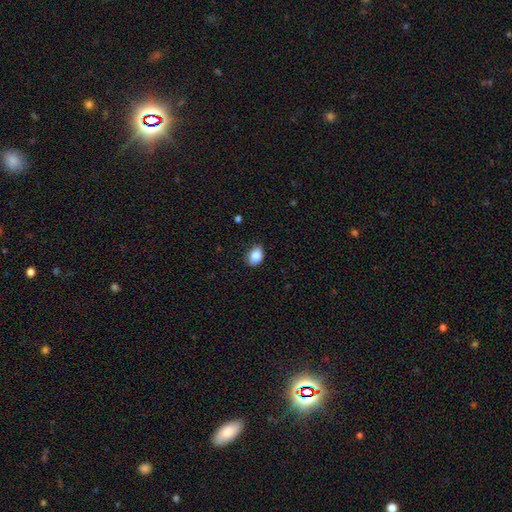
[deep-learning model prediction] smooth-or-featured: smooth: 85% | star or artifact: 9% | featured or disk: 6%
  how-rounded: in between: 73% | round: 26% | cigar-shaped: 1%
  merging: none: 83% | minor disturbance: 14% | major disturbance: 2% | merger: 1%